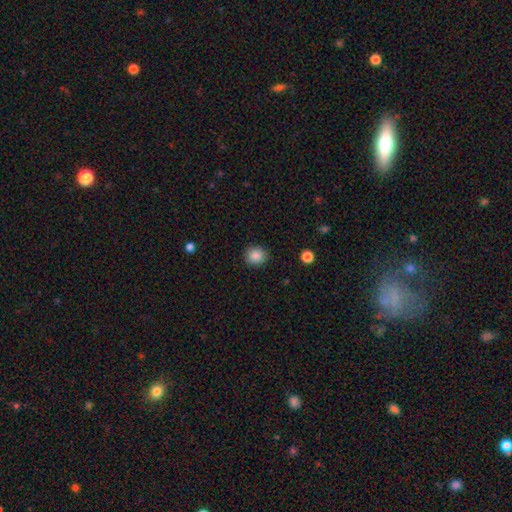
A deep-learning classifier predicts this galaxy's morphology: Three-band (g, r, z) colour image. It shows a smooth galaxy with no disk features (87%) that is round (85%). Merging: none (90%).